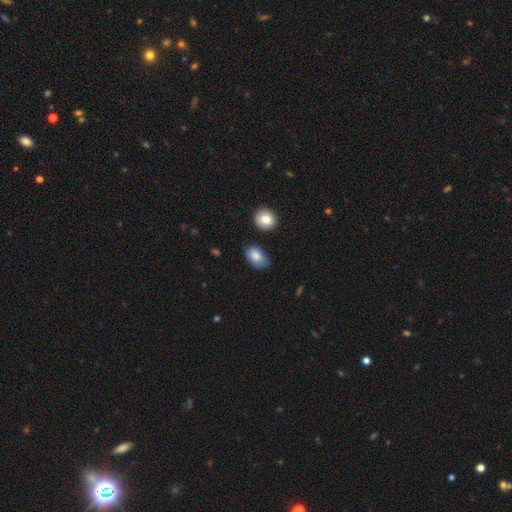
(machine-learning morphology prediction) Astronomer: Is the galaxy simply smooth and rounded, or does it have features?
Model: smooth — 83%.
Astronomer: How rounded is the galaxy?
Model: in between — 87%.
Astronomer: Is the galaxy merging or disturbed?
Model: none — 63%.